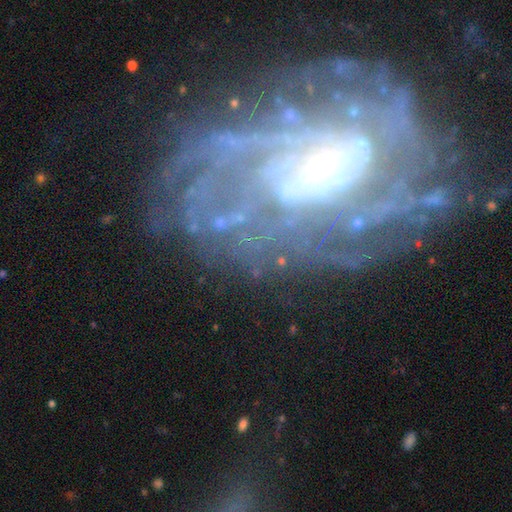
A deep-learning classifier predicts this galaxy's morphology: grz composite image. It shows a featured or disk galaxy (83%) with no bar (52%), tight (55%) spiral arms (88%) and a small central bulge (67%). Merging: none (63%).